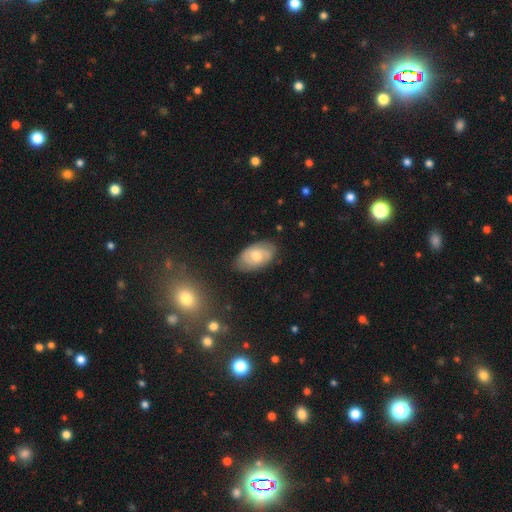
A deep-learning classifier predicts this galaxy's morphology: A featured or disk galaxy (57%) with no bar (60%), spiral arms (74%) and a moderate central bulge (68%).

Vote fractions:
- Smooth or featured? featured or disk: 57% / smooth: 36% / star or artifact: 7%
- Edge-on disk? no: 93% / yes: 7%
- Bar? no: 60% / weak: 34% / strong: 6%
- Spiral arms? yes: 74% / no: 26%
- Bulge size? moderate: 68% / small: 24% / large: 5% / none: 2% / dominant: 1%
- Merging? none: 79% / minor disturbance: 16% / major disturbance: 4% / merger: 1%